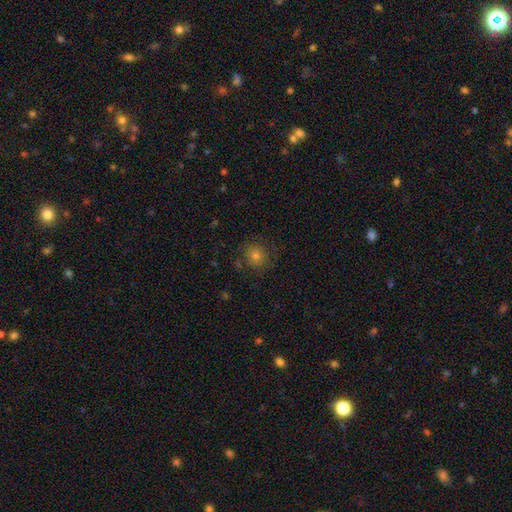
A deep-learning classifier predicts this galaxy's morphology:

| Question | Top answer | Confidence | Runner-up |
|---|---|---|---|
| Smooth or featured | smooth | 74% | star or artifact (18%) |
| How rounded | round | 91% | in between (8%) |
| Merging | none | 86% | minor disturbance (9%) |